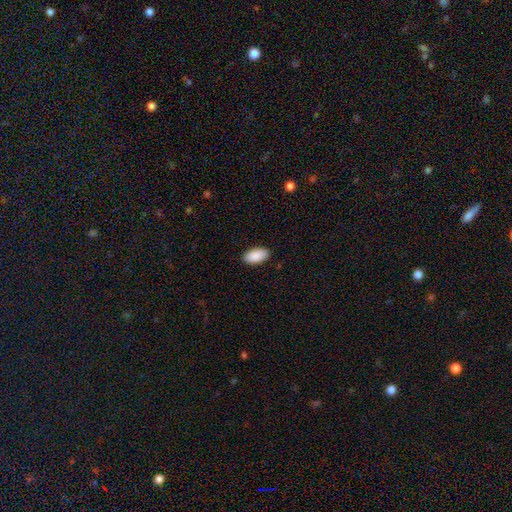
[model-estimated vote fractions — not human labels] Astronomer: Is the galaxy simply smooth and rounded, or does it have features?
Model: smooth — 91%.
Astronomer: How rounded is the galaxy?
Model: in between — 95%.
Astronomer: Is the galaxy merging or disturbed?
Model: none — 89%.